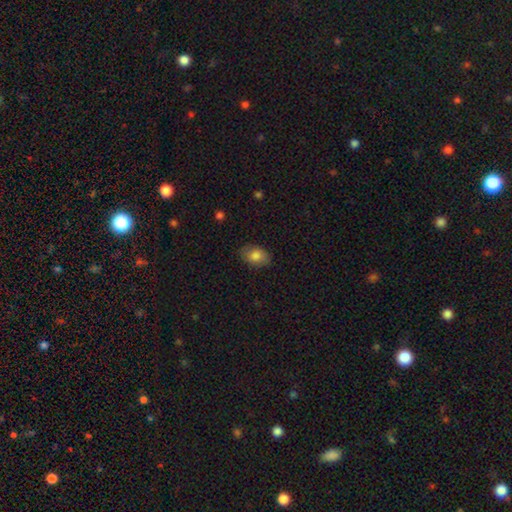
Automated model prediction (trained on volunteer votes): smooth-or-featured: smooth: 82% | featured or disk: 10% | star or artifact: 8%
  how-rounded: in between: 82% | round: 16% | cigar-shaped: 1%
  merging: none: 81% | minor disturbance: 14% | major disturbance: 3% | merger: 1%